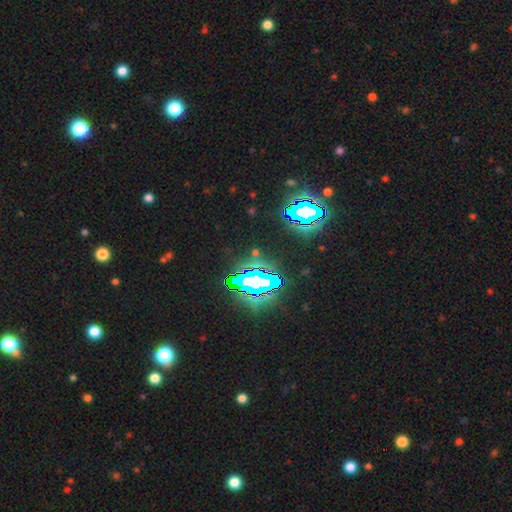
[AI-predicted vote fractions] Smooth or featured?
  - star or artifact: 78% *
  - smooth: 12%
  - featured or disk: 11%